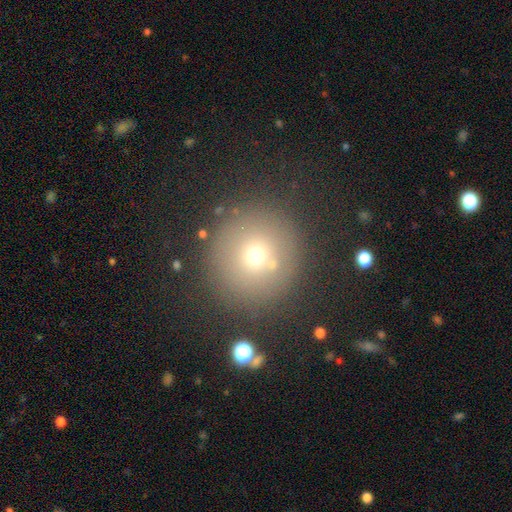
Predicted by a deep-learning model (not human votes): smooth_or_featured: smooth (p=0.66) [alt: star or artifact p=0.20]
how_rounded: round (p=0.95) [alt: in between p=0.04]
merging: none (p=0.82) [alt: minor disturbance p=0.08]